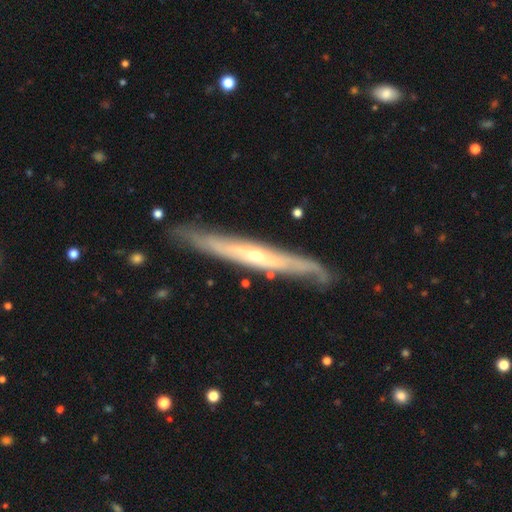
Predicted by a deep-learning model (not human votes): A featured or disk galaxy (77%) viewed edge-on (81%) with a rounded central bulge (64%). Merging: none (78%).